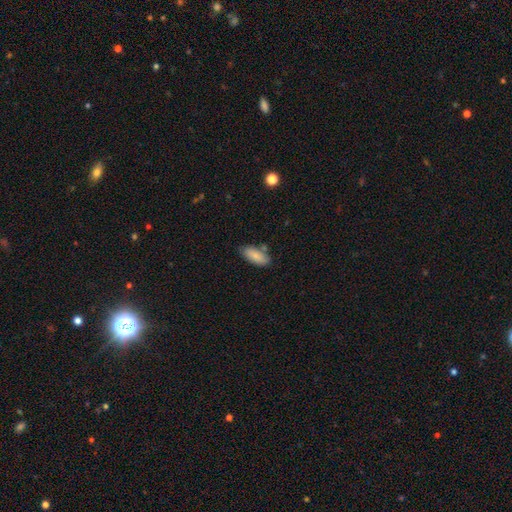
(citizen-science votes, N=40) Volunteers were most divided on "merging": none: 76%, minor disturbance: 16%, merger: 8%, major disturbance: 0%. More confident: how rounded — in between (94%); smooth or featured — smooth (88%).